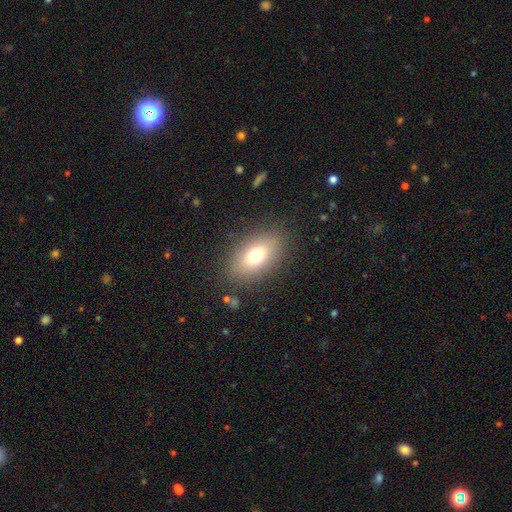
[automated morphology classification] This is likely a smooth galaxy (73%). How rounded: clearly in between (86%). Merging: clearly none (84%).